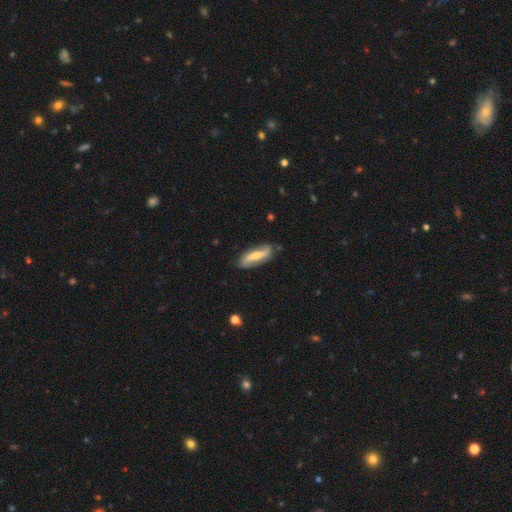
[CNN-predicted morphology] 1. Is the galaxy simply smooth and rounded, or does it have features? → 65% featured or disk, 29% smooth, 6% star or artifact.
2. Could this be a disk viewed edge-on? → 83% no, 17% yes.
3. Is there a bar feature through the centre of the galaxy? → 38% strong, 35% weak, 27% no.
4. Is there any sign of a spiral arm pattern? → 89% yes, 11% no.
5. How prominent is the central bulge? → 46% moderate, 42% small, 6% none, 5% large, 2% dominant.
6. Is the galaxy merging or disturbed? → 80% none, 14% minor disturbance, 3% major disturbance, 2% merger.